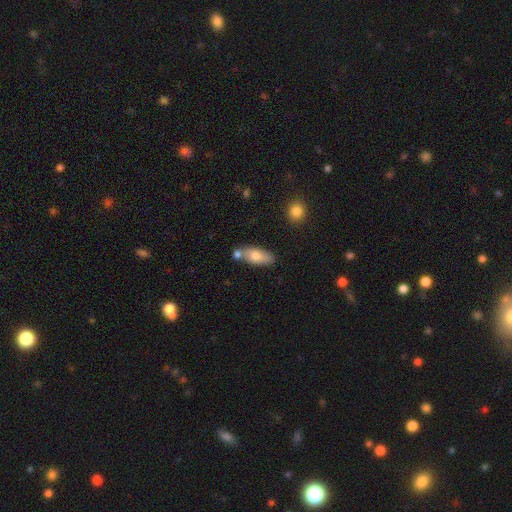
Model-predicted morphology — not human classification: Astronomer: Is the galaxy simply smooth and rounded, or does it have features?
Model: smooth — 74%.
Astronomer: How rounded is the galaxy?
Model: in between — 82%.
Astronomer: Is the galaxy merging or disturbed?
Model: none — 58%.